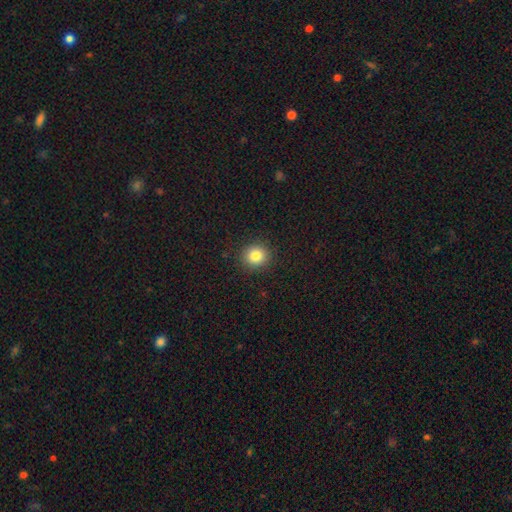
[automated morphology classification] Overall: smooth (83%). How rounded: round (89%). Merging: none (91%).